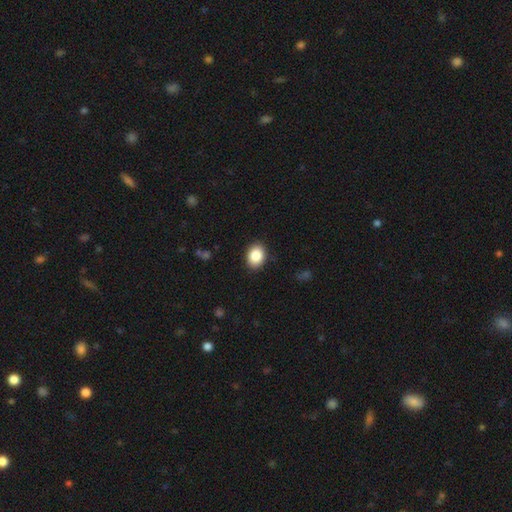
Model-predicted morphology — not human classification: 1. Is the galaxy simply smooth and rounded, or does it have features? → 87% smooth, 8% star or artifact, 5% featured or disk.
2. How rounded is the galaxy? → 67% in between, 32% round, 1% cigar-shaped.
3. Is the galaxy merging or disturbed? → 88% none, 9% minor disturbance, 2% major disturbance, 1% merger.